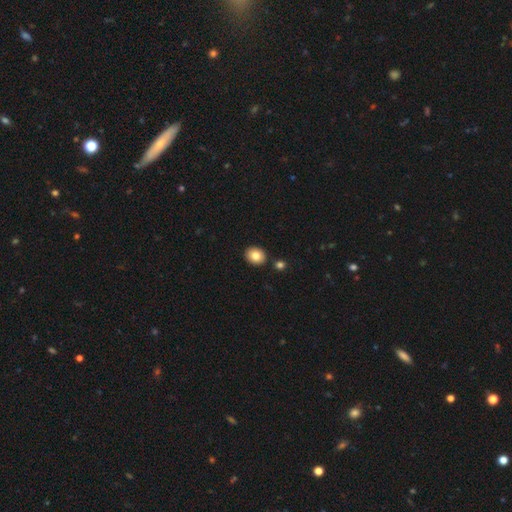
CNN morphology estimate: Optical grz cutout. It shows a smooth galaxy with no disk features (82%) that is round (58%). Merging: none (86%).